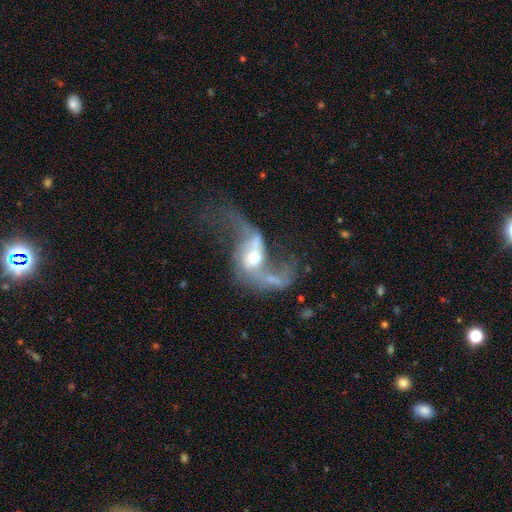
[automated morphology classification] A featured or disk galaxy (80%) with no bar (41%), 2 (81%) loose (84%) spiral arms (83%) and a moderate central bulge (61%).

Vote fractions:
- Smooth or featured? featured or disk: 80% / smooth: 12% / star or artifact: 8%
- Edge-on disk? no: 95% / yes: 5%
- Bar? no: 41% / weak: 37% / strong: 22%
- Spiral arms? yes: 83% / no: 17%
- Spiral winding? loose: 84% / medium: 13% / tight: 3%
- Spiral arm count? 2: 81% / 1: 8% / can't tell: 6% / 3: 2% / 4: 1% / more than 4: 1%
- Bulge size? moderate: 61% / small: 26% / large: 9% / none: 2% / dominant: 2%
- Merging? major disturbance: 34% / merger: 29% / none: 24% / minor disturbance: 12%